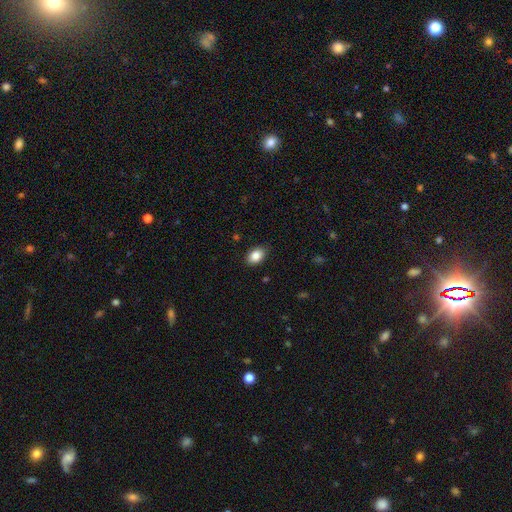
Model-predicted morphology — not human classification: A smooth galaxy with no disk features (86%) that is in between round and cigar-shaped (84%). Merging: none (87%).